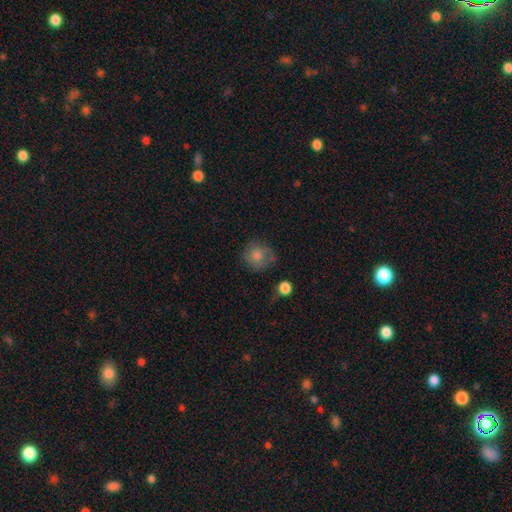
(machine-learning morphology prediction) Overall: smooth (65%). How rounded: round (83%). Merging: none (70%).